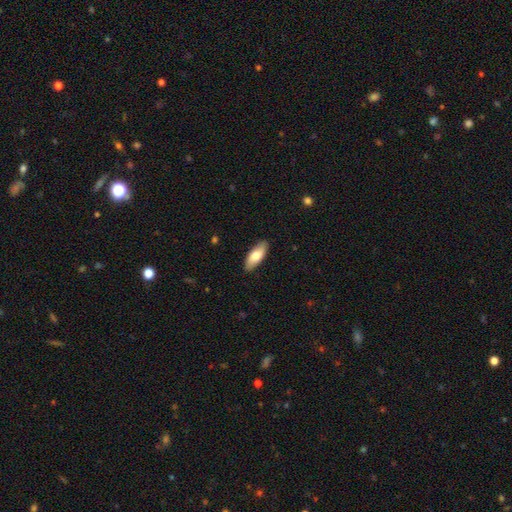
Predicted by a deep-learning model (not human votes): Smooth or featured: smooth — 74% (featured or disk — 20%)
How rounded: in between — 76% (cigar-shaped — 22%)
Merging: none — 88% (minor disturbance — 9%)